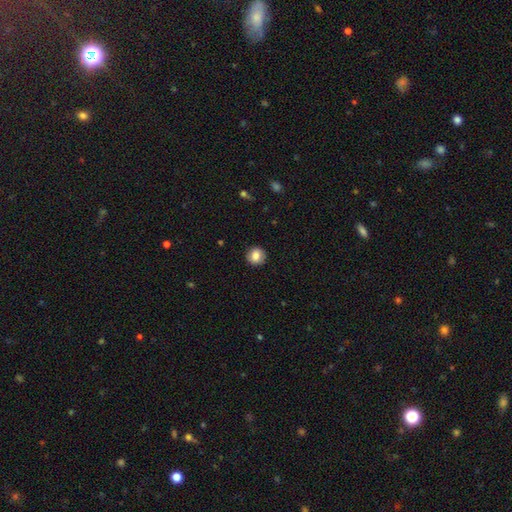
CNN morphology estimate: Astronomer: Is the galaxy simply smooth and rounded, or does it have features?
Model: smooth — 83%.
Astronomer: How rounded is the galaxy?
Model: round — 90%.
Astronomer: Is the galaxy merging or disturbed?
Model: none — 90%.